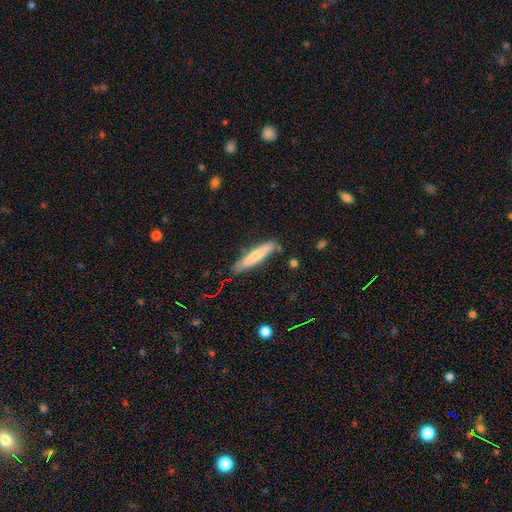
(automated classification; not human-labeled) Smooth or featured?
  - smooth: 64% *
  - featured or disk: 30%
  - star or artifact: 6%
How rounded?
  - cigar-shaped: 89% *
  - in between: 10%
  - round: 1%
Merging?
  - none: 82% *
  - minor disturbance: 13%
  - merger: 3%
  - major disturbance: 2%